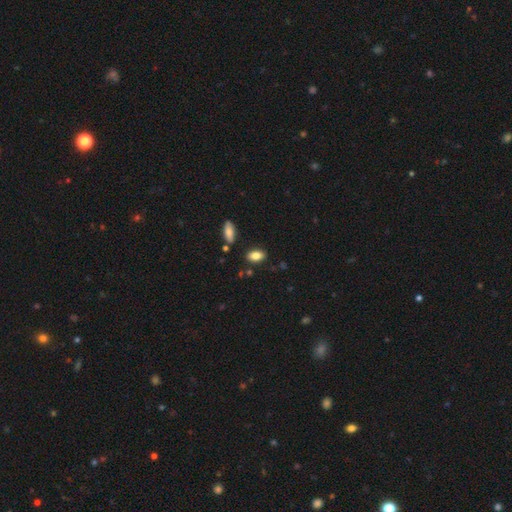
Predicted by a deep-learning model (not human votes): Smooth or featured? Predicted: smooth (p=0.84). How rounded? Predicted: in between (p=0.89). Merging? Predicted: none (p=0.84).